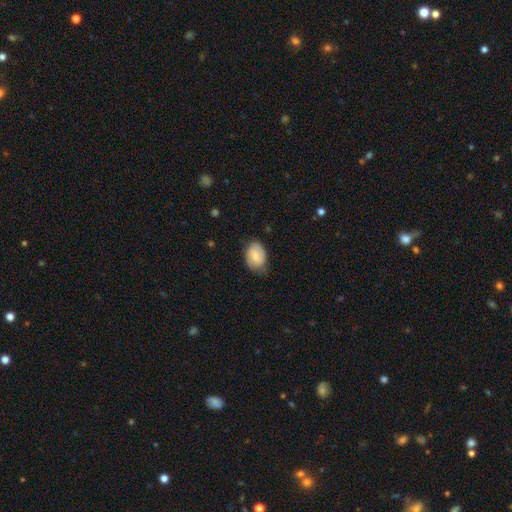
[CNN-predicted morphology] smooth-or-featured: smooth: 49% | featured or disk: 44% | star or artifact: 7%
  merging: none: 69% | minor disturbance: 25% | major disturbance: 5% | merger: 1%